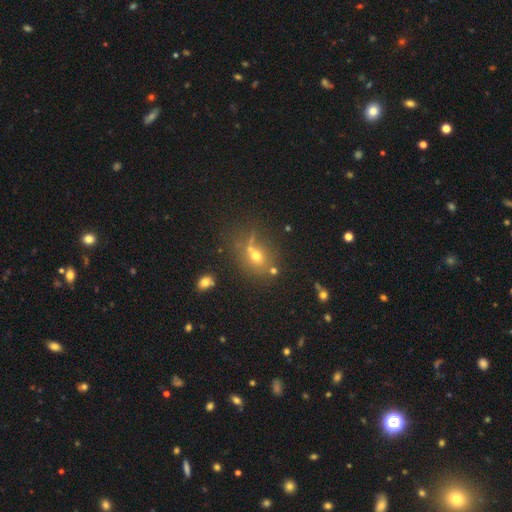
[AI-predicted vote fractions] Smooth or featured: smooth — 55% (star or artifact — 27%)
How rounded: round — 63% (in between — 35%)
Merging: none — 56% (merger — 21%)